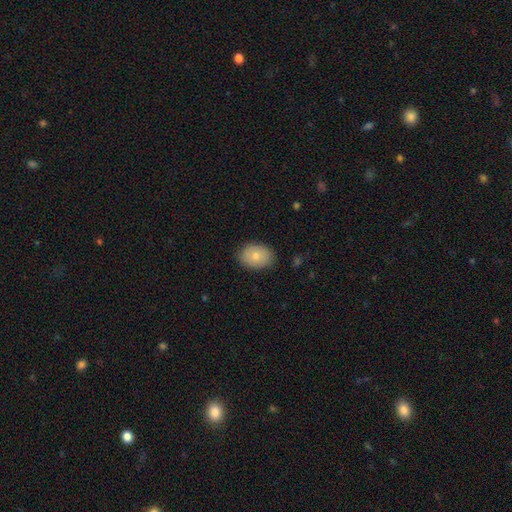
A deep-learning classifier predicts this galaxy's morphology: This is likely a smooth galaxy (79%). How rounded: likely in between (71%). Merging: clearly none (84%).